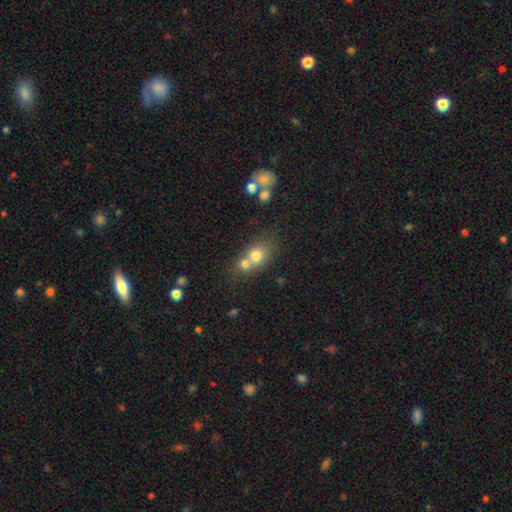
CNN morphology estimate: Smooth or featured?
  - smooth: 71% *
  - featured or disk: 16%
  - star or artifact: 13%
How rounded?
  - round: 59% *
  - in between: 39%
  - cigar-shaped: 2%
Merging?
  - merger: 53% *
  - none: 35%
  - minor disturbance: 8%
  - major disturbance: 4%